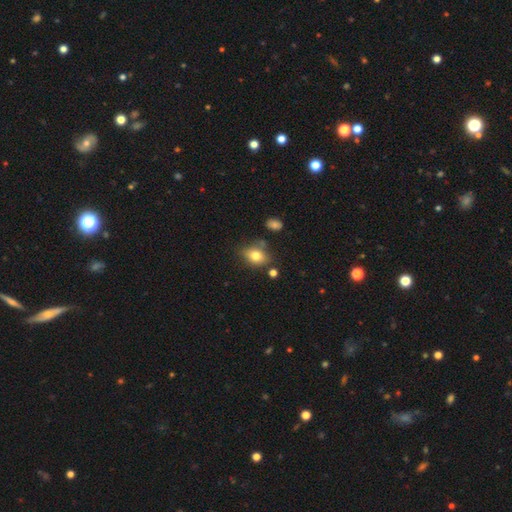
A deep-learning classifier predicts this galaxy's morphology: Smooth or featured? smooth (78%)
How rounded? in between (67%)
Merging? none (68%)